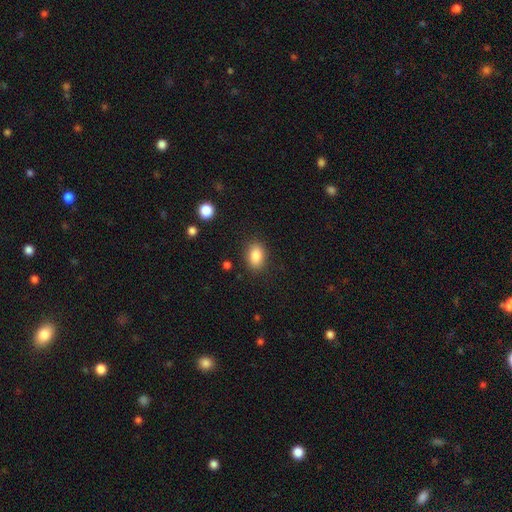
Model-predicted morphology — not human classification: A smooth galaxy with no disk features (85%) that is in between round and cigar-shaped (78%). Merging: none (86%).